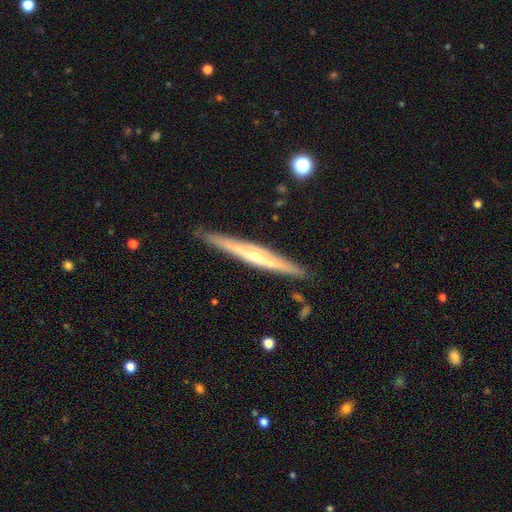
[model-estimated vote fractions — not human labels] smooth-or-featured: featured or disk: 73% | smooth: 21% | star or artifact: 6%
  disk-edge-on: yes: 96% | no: 4%
    edge-on-bulge: rounded: 72% | none: 22% | boxy: 5%
  merging: none: 89% | minor disturbance: 8% | major disturbance: 1% | merger: 1%